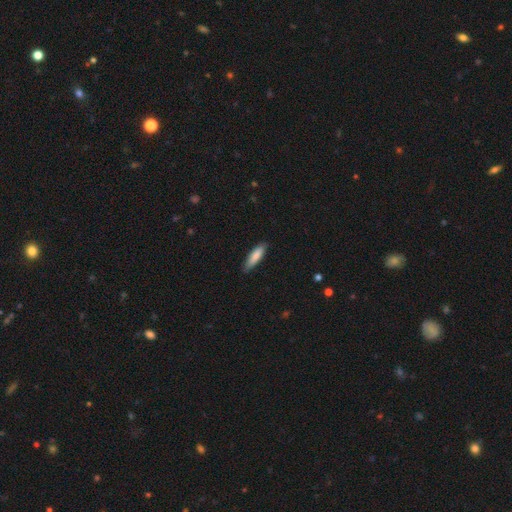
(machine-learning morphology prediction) This is clearly a smooth galaxy (83%). How rounded: likely cigar-shaped (67%). Merging: clearly none (82%).